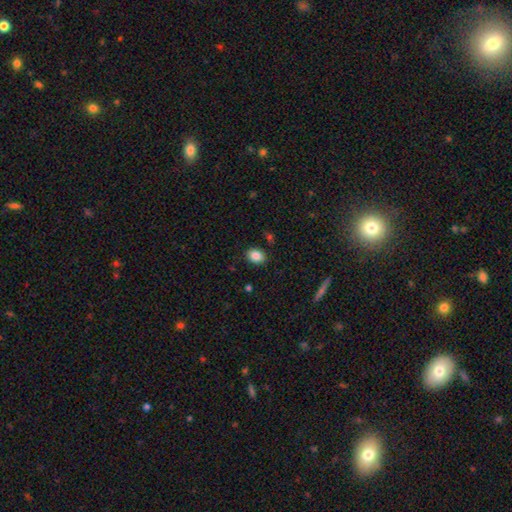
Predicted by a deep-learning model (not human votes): Smooth or featured: smooth — 86% (star or artifact — 9%)
How rounded: in between — 63% (round — 36%)
Merging: none — 87% (minor disturbance — 9%)